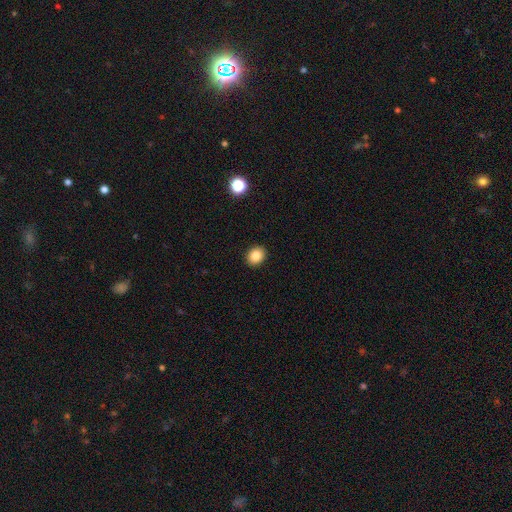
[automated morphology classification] A smooth galaxy with no disk features (85%) that is round (60%).

Vote fractions:
- Smooth or featured? smooth: 85% / star or artifact: 10% / featured or disk: 5%
- How rounded? round: 60% / in between: 39% / cigar-shaped: 1%
- Merging? none: 92% / minor disturbance: 6% / major disturbance: 2% / merger: 1%